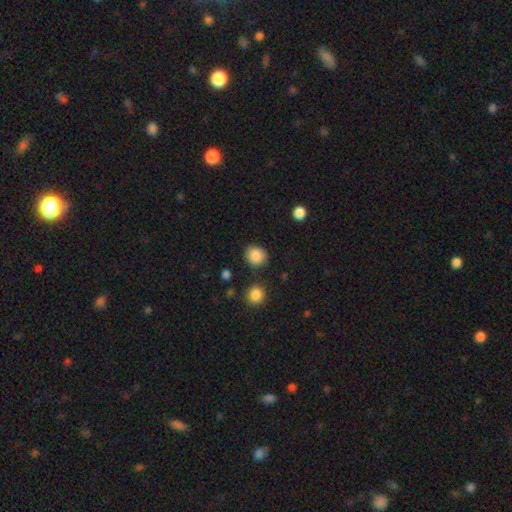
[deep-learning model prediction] Q: Smooth or featured?
A: smooth (88%); runner-up: star or artifact (9%)
Q: How rounded?
A: round (79%); runner-up: in between (20%)
Q: Merging?
A: none (82%); runner-up: minor disturbance (11%)